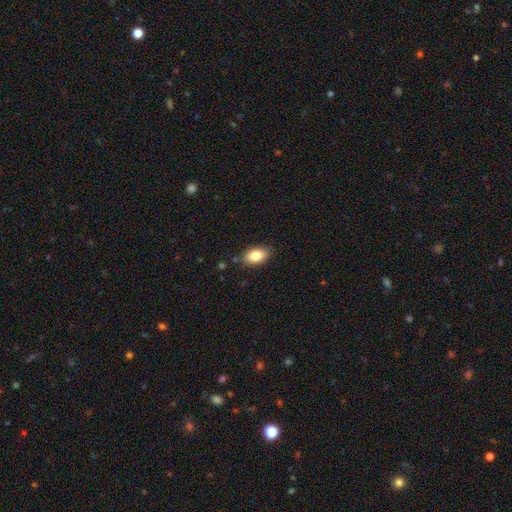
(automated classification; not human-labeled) This is clearly a smooth galaxy (83%). How rounded: clearly in between (90%). Merging: clearly none (85%).